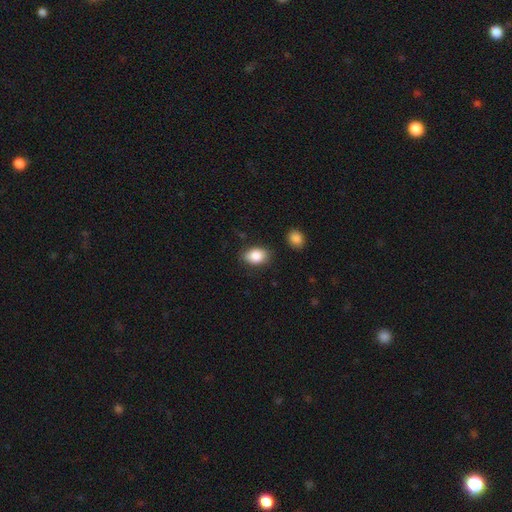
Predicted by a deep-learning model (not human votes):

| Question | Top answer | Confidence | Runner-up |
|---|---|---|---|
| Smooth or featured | smooth | 87% | star or artifact (7%) |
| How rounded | in between | 79% | round (20%) |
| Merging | none | 81% | minor disturbance (13%) |